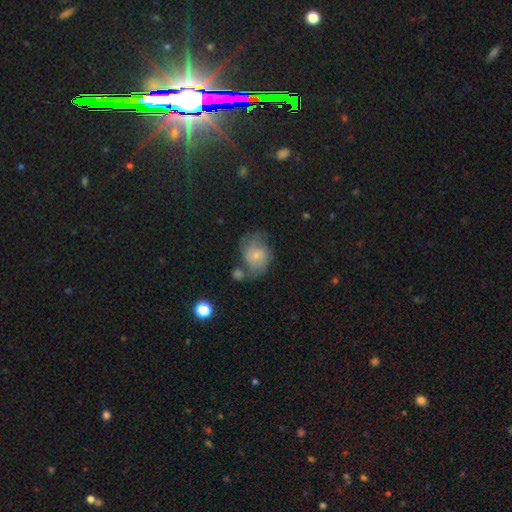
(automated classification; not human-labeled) The model was most divided on "bar": no: 49%, weak: 44%, strong: 7%. Remaining: edge-on disk — no (97%); spiral arms — yes (85%); bulge size — small (60%); smooth or featured — featured or disk (56%); merging — none (43%).